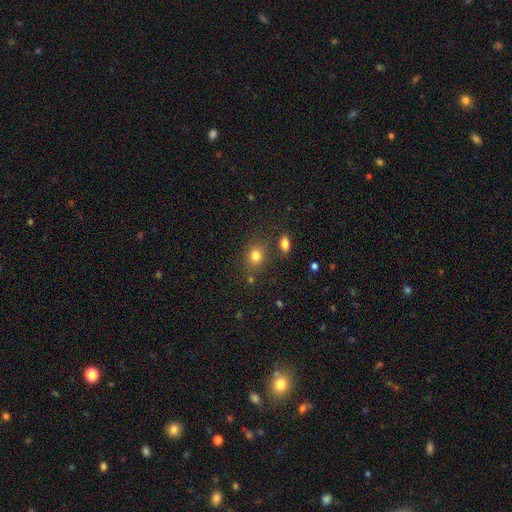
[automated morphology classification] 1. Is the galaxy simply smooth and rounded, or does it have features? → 80% smooth, 13% star or artifact, 7% featured or disk.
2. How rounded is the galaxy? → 59% round, 40% in between, 1% cigar-shaped.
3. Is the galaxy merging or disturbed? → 75% none, 12% minor disturbance, 8% merger, 4% major disturbance.